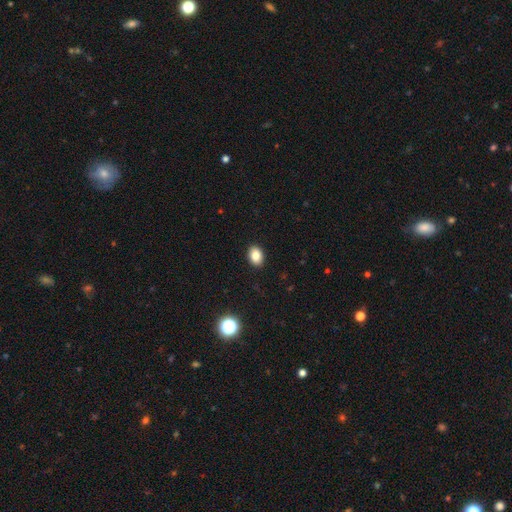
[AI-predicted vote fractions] This is clearly a smooth galaxy (84%). How rounded: likely in between (75%). Merging: clearly none (91%).